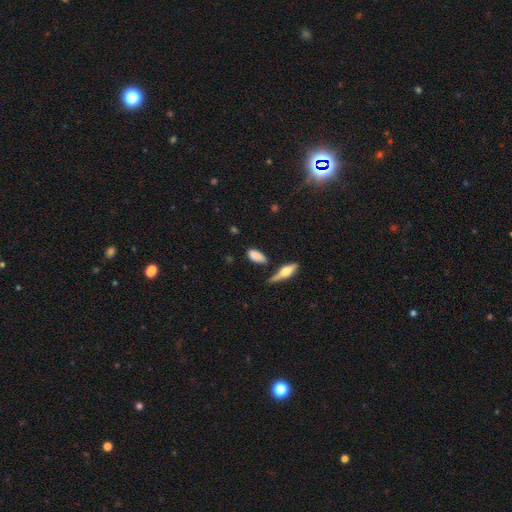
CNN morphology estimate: smooth 81%, featured or disk 11%, star or artifact 8%. Down the decision tree: how rounded — in between (85%); merging — none (58%).